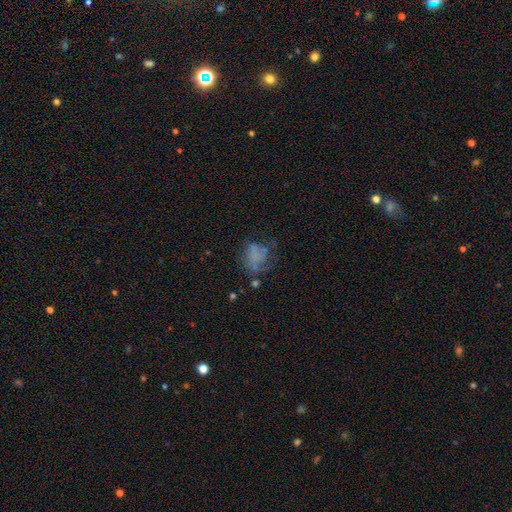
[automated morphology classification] This appears to be a smooth galaxy with no disk features (45%). Merging: none (39%).